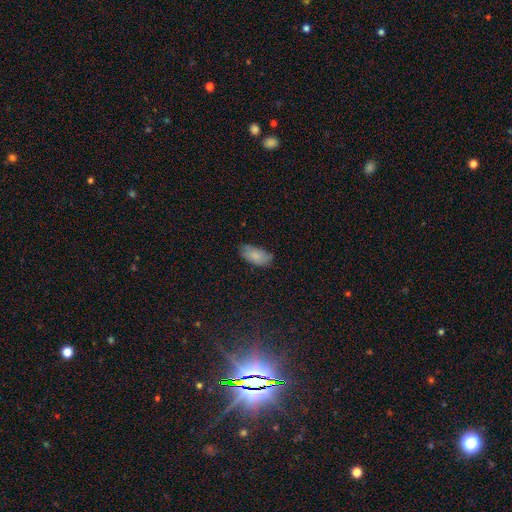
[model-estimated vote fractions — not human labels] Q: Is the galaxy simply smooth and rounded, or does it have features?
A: smooth — 81%.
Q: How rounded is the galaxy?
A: in between — 94%.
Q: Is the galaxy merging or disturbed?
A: none — 70%.